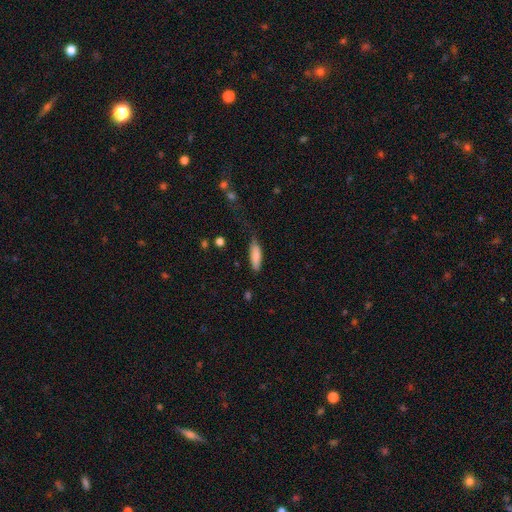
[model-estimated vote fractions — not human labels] Morphology: type=smooth (83%); roundness=in between (51%); merging=none (63%).